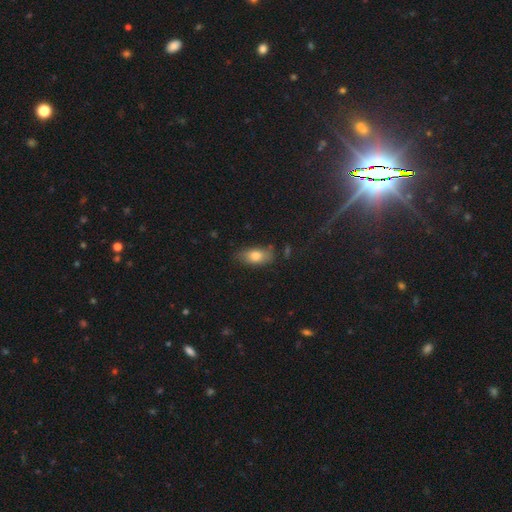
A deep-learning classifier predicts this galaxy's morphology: smooth_or_featured: smooth (p=0.77) [alt: featured or disk p=0.15]
how_rounded: in between (p=0.86) [alt: cigar-shaped p=0.08]
merging: none (p=0.70) [alt: minor disturbance p=0.22]